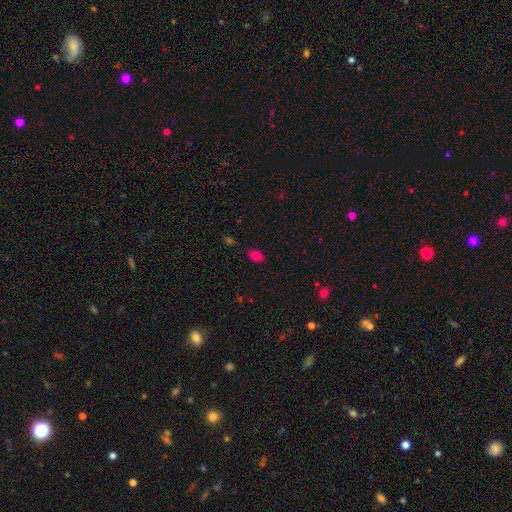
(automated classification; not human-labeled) The model was most divided on "smooth or featured": smooth: 79%, star or artifact: 15%, featured or disk: 6%. More confident: how rounded — in between (84%); merging — none (81%).